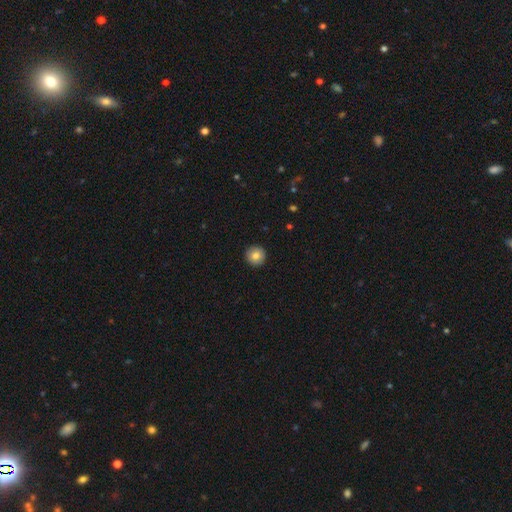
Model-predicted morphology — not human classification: smooth-or-featured: smooth: 81% | featured or disk: 10% | star or artifact: 8%
  how-rounded: round: 96% | in between: 3% | cigar-shaped: 1%
  merging: none: 93% | minor disturbance: 4% | major disturbance: 1% | merger: 1%